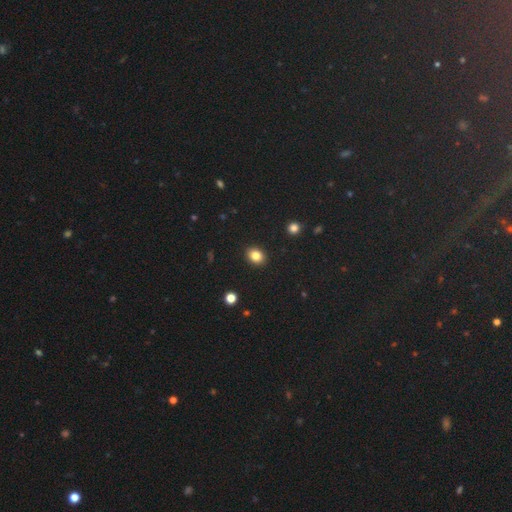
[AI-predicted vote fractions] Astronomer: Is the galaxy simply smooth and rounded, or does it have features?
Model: smooth — 83%.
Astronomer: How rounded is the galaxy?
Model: round — 53% (runner-up: in between, 46%).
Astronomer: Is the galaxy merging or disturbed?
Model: none — 91%.